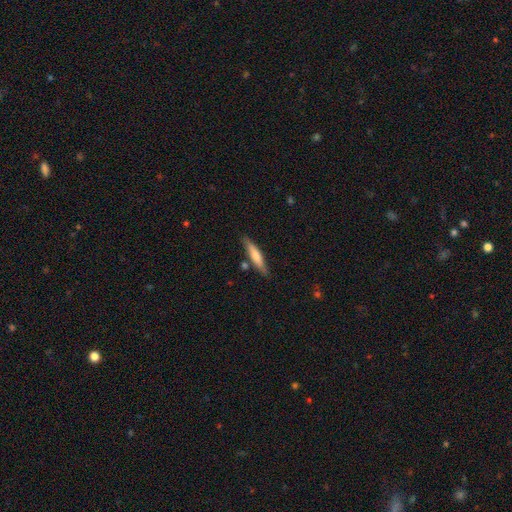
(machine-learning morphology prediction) type=smooth (65%); roundness=cigar-shaped (87%); merging=none (80%).